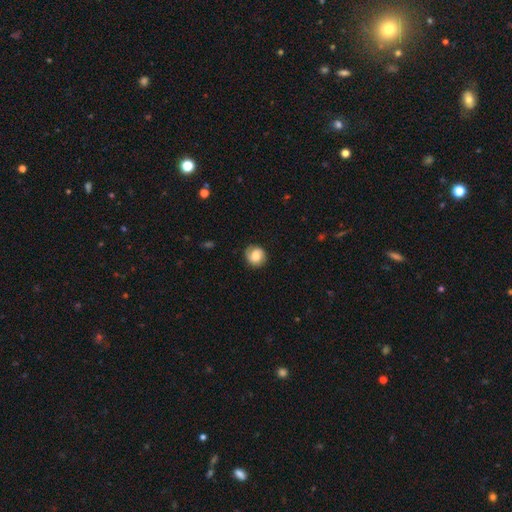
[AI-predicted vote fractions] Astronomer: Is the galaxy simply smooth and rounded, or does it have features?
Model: smooth — 60%.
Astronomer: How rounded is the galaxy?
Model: round — 85%.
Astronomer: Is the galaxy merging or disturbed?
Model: none — 78%.